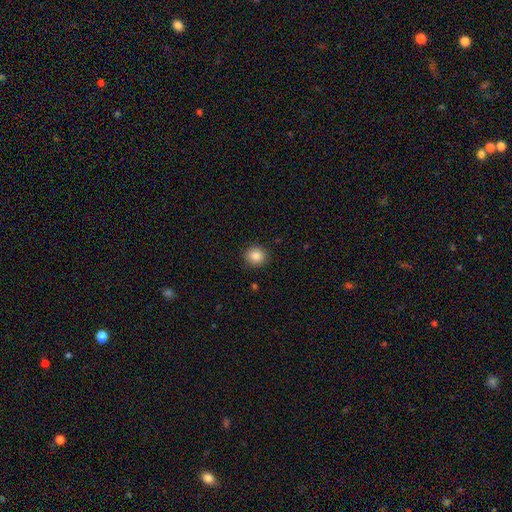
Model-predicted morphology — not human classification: type=smooth (85%); roundness=round (84%); merging=none (90%).